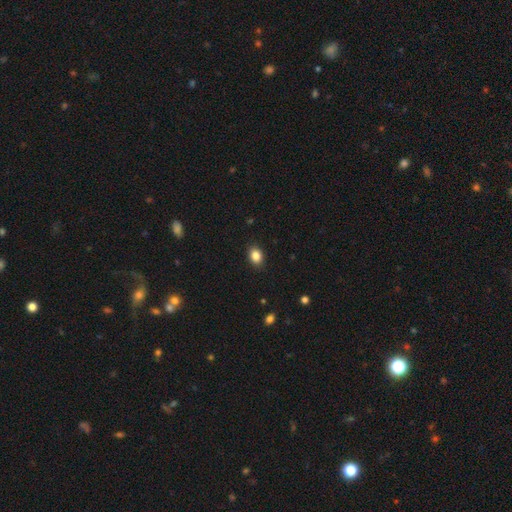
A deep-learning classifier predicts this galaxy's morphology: Smooth or featured? smooth (85%)
How rounded? in between (66%)
Merging? none (89%)